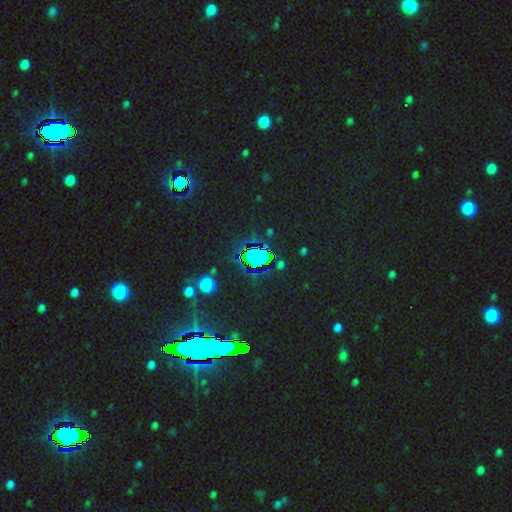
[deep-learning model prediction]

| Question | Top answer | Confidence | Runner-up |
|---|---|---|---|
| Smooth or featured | star or artifact | 73% | smooth (18%) |